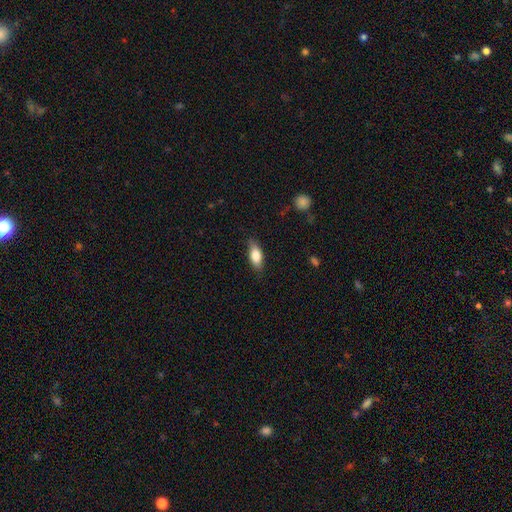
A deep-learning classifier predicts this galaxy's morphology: This appears to be a smooth galaxy with no disk features (79%) that is in between round and cigar-shaped (81%). Merging: none (79%).